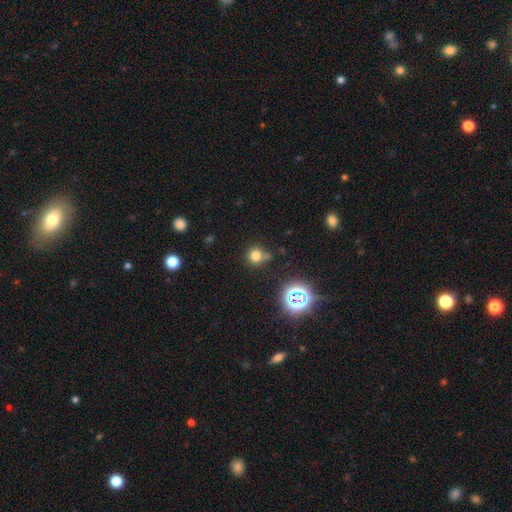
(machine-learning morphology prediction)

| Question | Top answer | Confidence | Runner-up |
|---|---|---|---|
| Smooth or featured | smooth | 71% | star or artifact (21%) |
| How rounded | round | 89% | in between (10%) |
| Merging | none | 65% | minor disturbance (17%) |